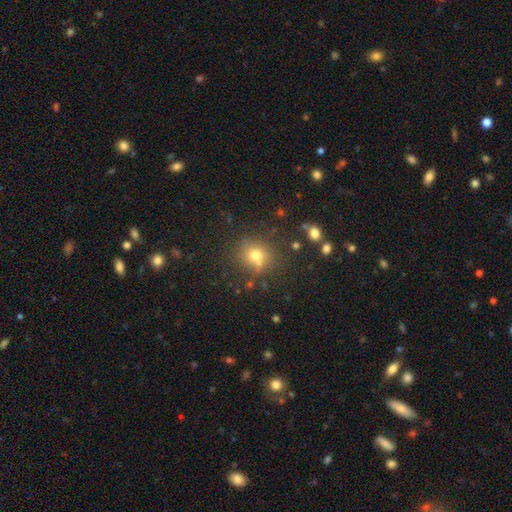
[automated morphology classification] smooth-or-featured: smooth: 72% | star or artifact: 17% | featured or disk: 11%
  how-rounded: round: 80% | in between: 19% | cigar-shaped: 1%
  merging: none: 68% | minor disturbance: 13% | merger: 13% | major disturbance: 5%